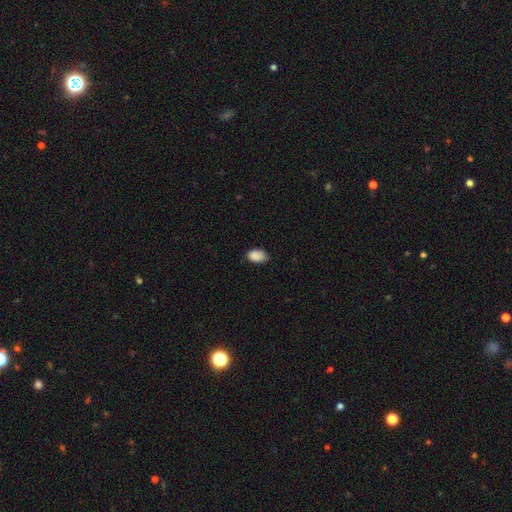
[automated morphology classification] smooth 89%, star or artifact 8%, featured or disk 4%. Down the decision tree: how rounded — in between (89%); merging — none (70%).